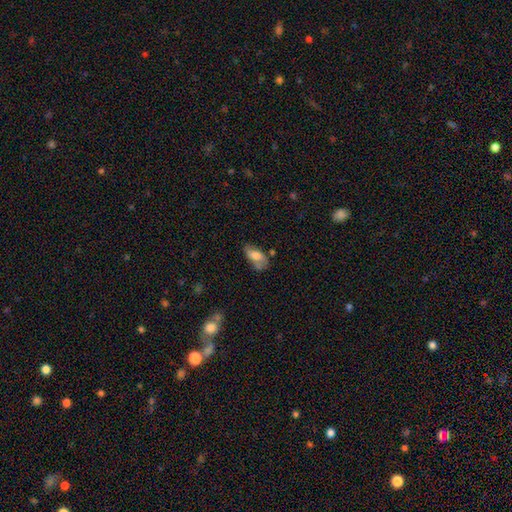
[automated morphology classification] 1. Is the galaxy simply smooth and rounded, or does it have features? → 63% smooth, 29% featured or disk, 8% star or artifact.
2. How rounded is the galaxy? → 87% in between, 9% cigar-shaped, 4% round.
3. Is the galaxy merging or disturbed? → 46% none, 31% minor disturbance, 15% major disturbance, 9% merger.